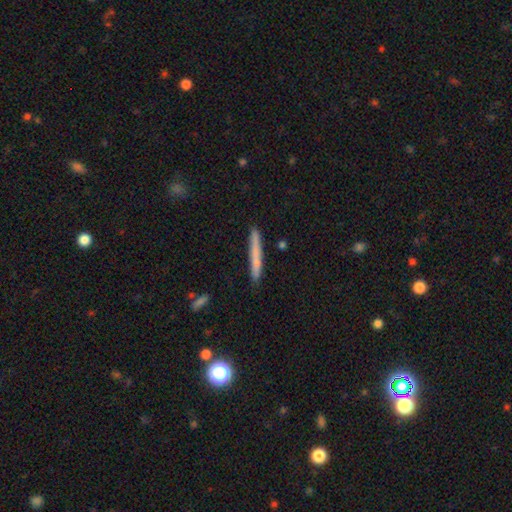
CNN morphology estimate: Smooth or featured: smooth — 64% (featured or disk — 29%)
How rounded: cigar-shaped — 96% (in between — 2%)
Merging: none — 88% (minor disturbance — 8%)